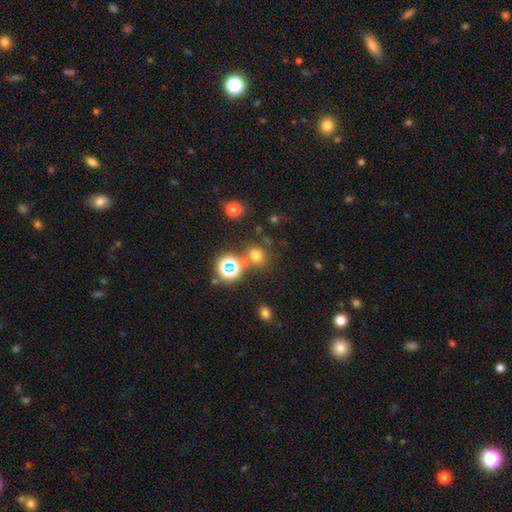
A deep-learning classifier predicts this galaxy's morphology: A smooth galaxy with no disk features (65%) that is round (83%). Merging: none (71%).